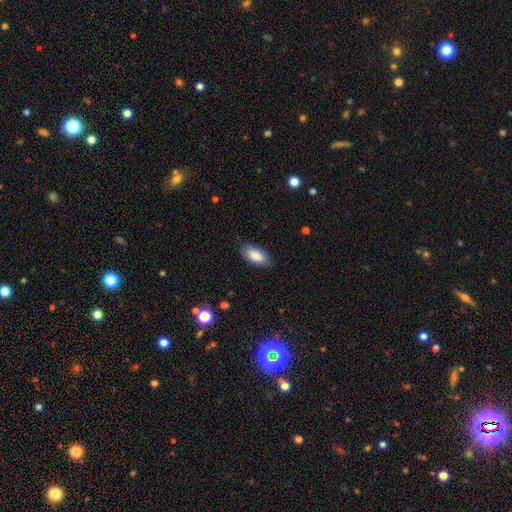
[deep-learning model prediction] Overall: smooth (87%). How rounded: in between (92%). Merging: none (84%).